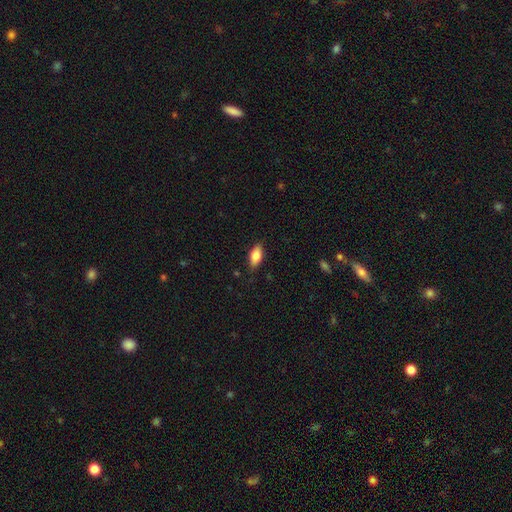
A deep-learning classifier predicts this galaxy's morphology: This is likely a smooth galaxy (77%). How rounded: clearly in between (86%). Merging: clearly none (84%).